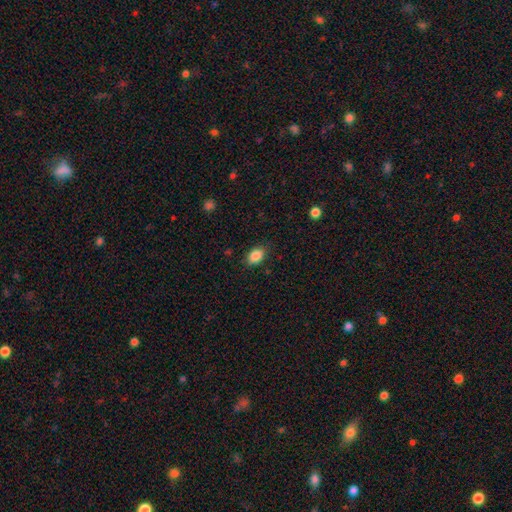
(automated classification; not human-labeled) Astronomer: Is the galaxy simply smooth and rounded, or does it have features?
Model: smooth — 87%.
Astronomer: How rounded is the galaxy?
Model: in between — 87%.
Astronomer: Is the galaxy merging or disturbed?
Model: none — 84%.